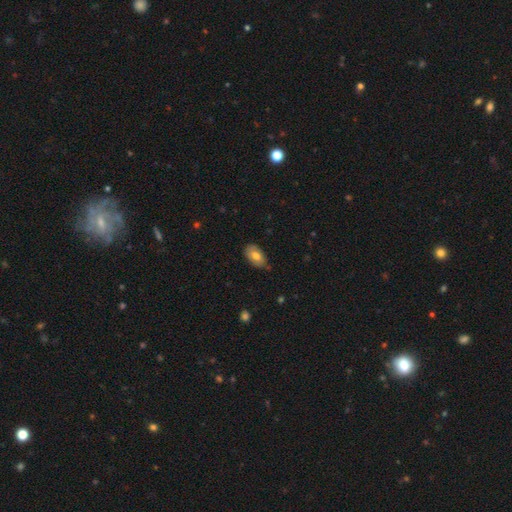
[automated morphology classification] smooth 73%, featured or disk 20%, star or artifact 7%. Down the decision tree: how rounded — in between (93%); merging — none (69%).